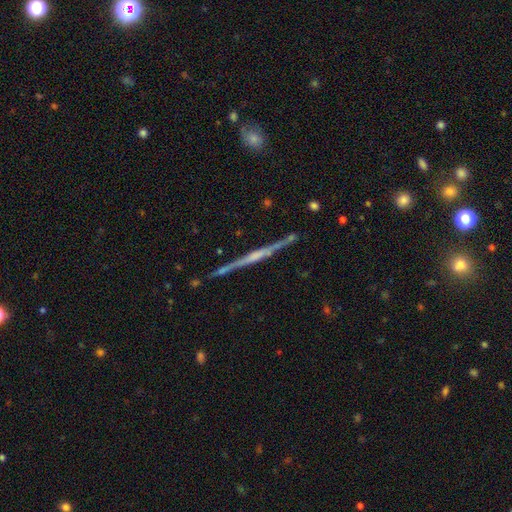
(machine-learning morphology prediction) Q: Smooth or featured?
A: featured or disk (82%); runner-up: smooth (12%)
Q: Edge-on disk?
A: yes (98%); runner-up: no (2%)
Q: Edge-on bulge?
A: rounded (49%); runner-up: none (32%)
Q: Merging?
A: none (89%); runner-up: minor disturbance (8%)